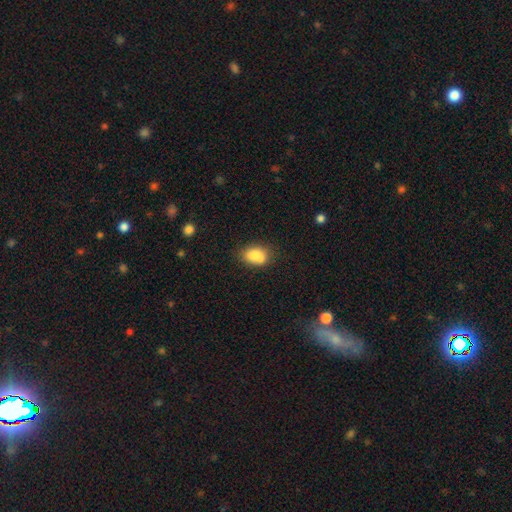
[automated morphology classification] Q: Smooth or featured?
A: smooth (82%); runner-up: featured or disk (9%)
Q: How rounded?
A: in between (77%); runner-up: round (22%)
Q: Merging?
A: none (58%); runner-up: minor disturbance (21%)